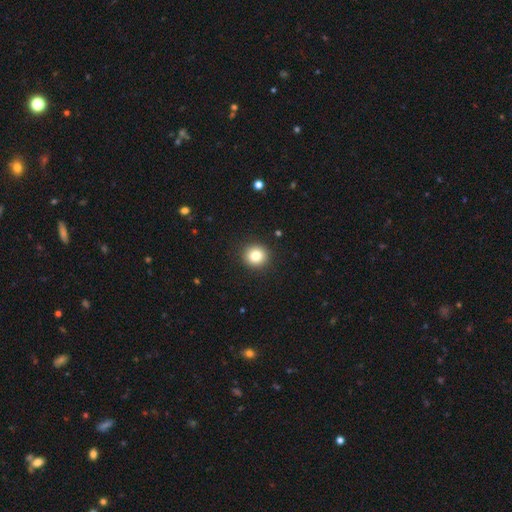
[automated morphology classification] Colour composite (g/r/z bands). It shows a smooth galaxy with no disk features (82%) that is round (92%). Merging: none (92%).